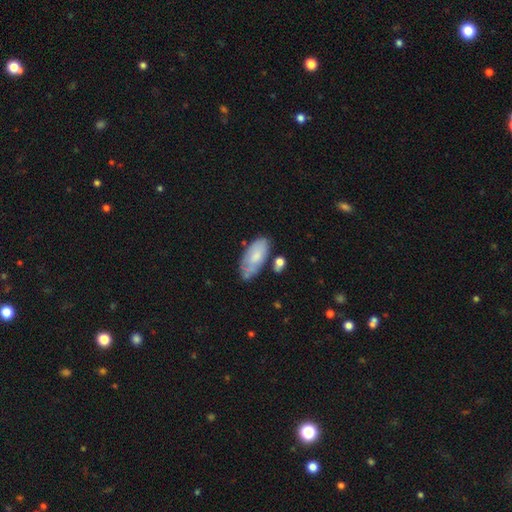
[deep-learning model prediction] Smooth or featured?
  - smooth: 69% *
  - featured or disk: 25%
  - star or artifact: 6%
How rounded?
  - in between: 89% *
  - cigar-shaped: 9%
  - round: 2%
Merging?
  - none: 59% *
  - minor disturbance: 26%
  - merger: 9%
  - major disturbance: 6%